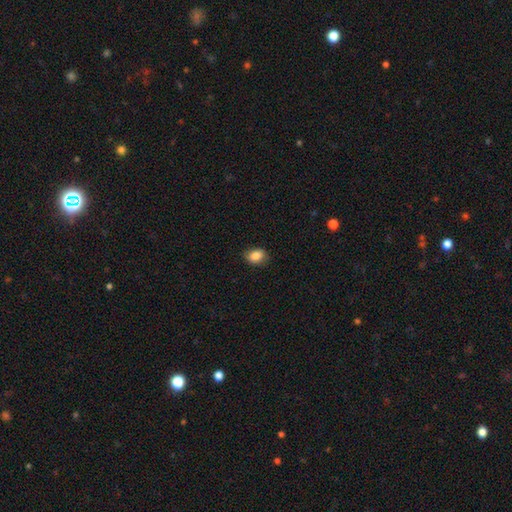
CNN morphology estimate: This is clearly a smooth galaxy (87%). How rounded: likely in between (71%). Merging: clearly none (84%).